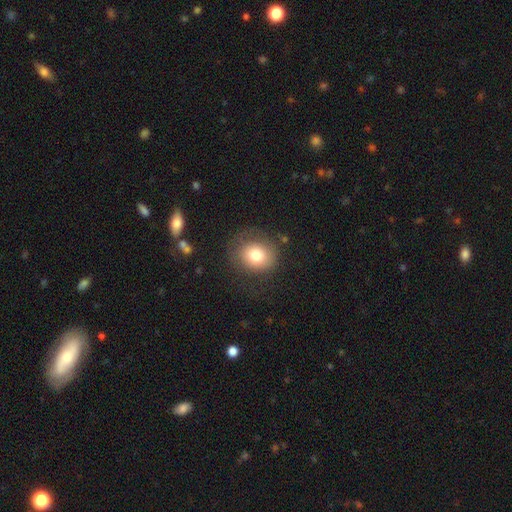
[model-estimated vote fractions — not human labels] Overall: smooth (77%). How rounded: round (74%). Merging: none (69%).